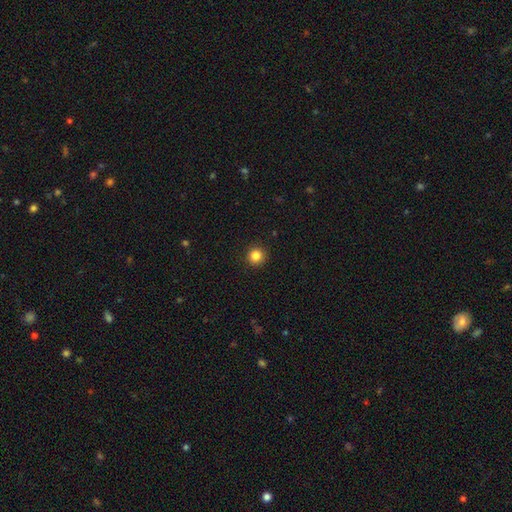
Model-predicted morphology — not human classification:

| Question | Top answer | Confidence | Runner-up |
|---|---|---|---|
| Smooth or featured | smooth | 84% | star or artifact (12%) |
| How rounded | round | 94% | in between (5%) |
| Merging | none | 92% | minor disturbance (5%) |